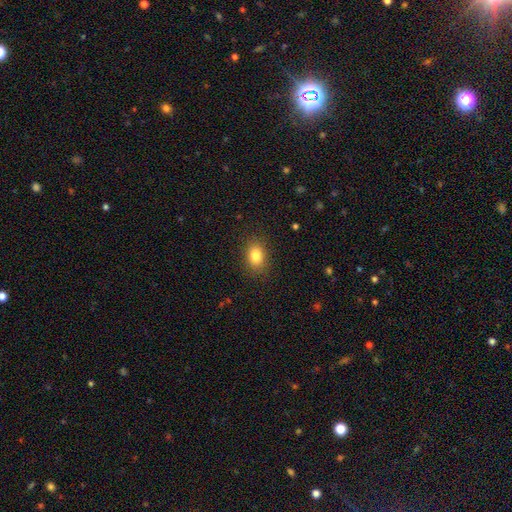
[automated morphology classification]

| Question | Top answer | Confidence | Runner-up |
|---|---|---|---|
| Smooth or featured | smooth | 83% | star or artifact (10%) |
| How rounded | in between | 74% | round (25%) |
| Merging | none | 86% | minor disturbance (10%) |